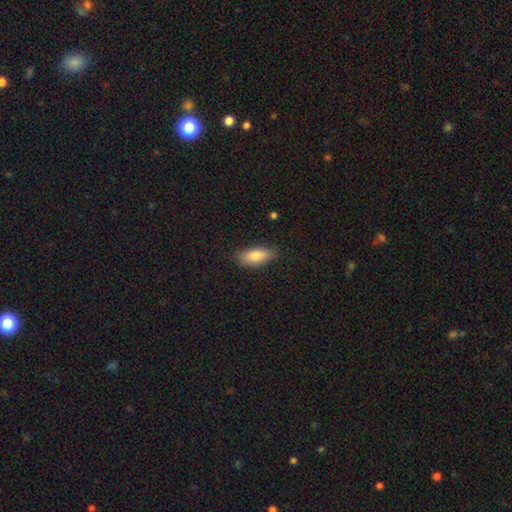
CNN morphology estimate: Smooth or featured?
  - smooth: 79% *
  - featured or disk: 15%
  - star or artifact: 7%
How rounded?
  - in between: 78% *
  - cigar-shaped: 19%
  - round: 3%
Merging?
  - none: 83% *
  - minor disturbance: 14%
  - major disturbance: 3%
  - merger: 1%